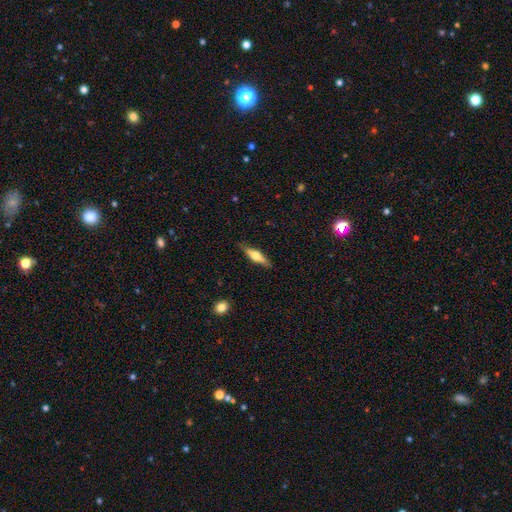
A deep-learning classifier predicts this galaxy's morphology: Smooth or featured? featured or disk (56%)
Edge-on disk? yes (95%)
Edge-on bulge? rounded (88%)
Merging? none (86%)